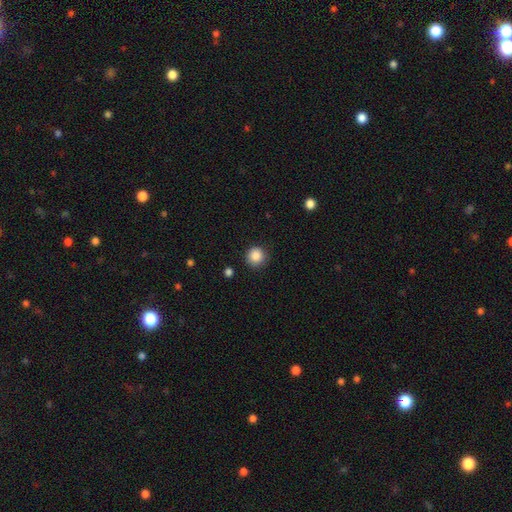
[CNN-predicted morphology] Smooth or featured?
  - smooth: 87% *
  - star or artifact: 10%
  - featured or disk: 3%
How rounded?
  - round: 94% *
  - in between: 5%
  - cigar-shaped: 1%
Merging?
  - none: 88% *
  - minor disturbance: 8%
  - major disturbance: 2%
  - merger: 1%